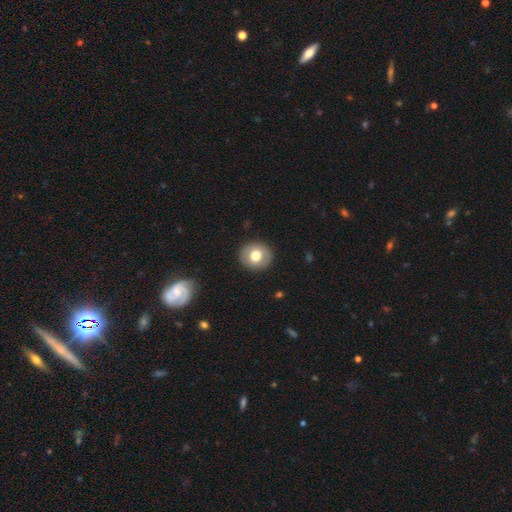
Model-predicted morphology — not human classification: This is likely a smooth galaxy (69%). How rounded: clearly round (81%). Merging: clearly none (90%).